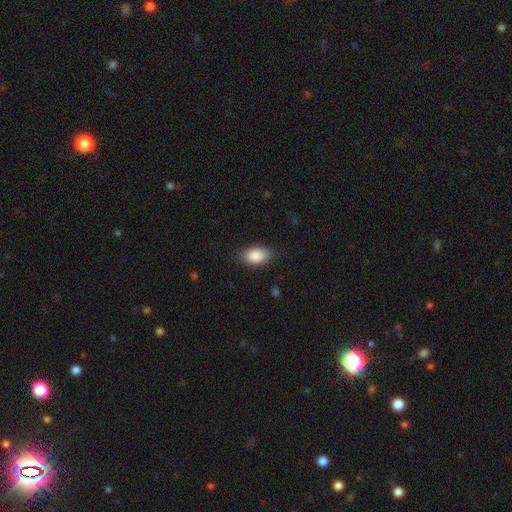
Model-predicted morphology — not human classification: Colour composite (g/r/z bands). It shows a smooth galaxy with no disk features (89%) that is in between round and cigar-shaped (92%). Merging: none (83%).